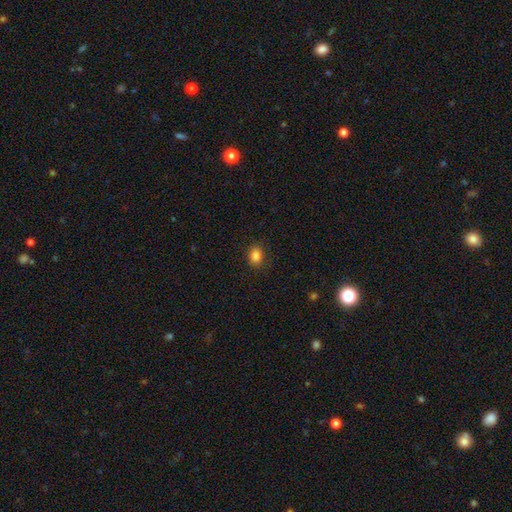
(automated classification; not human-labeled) This appears to be a smooth galaxy with no disk features (85%) that is in between round and cigar-shaped (62%). Merging: none (85%).